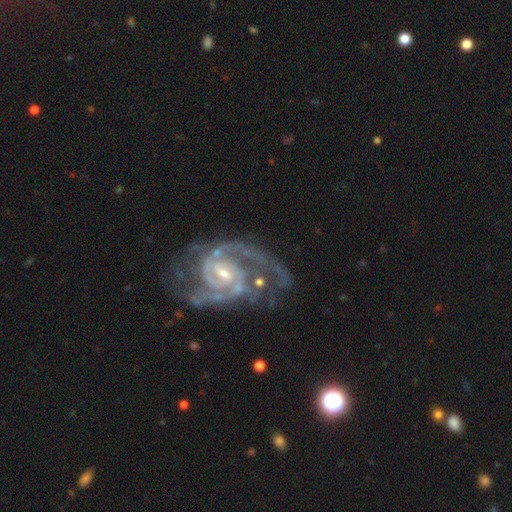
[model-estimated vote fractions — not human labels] A featured or disk galaxy (91%) with a weak bar (45%), 2 (67%) medium (53%) spiral arms (98%) and a small central bulge (68%).

Vote fractions:
- Smooth or featured? featured or disk: 91% / star or artifact: 6% / smooth: 3%
- Edge-on disk? no: 98% / yes: 2%
- Bar? weak: 45% / no: 37% / strong: 18%
- Spiral arms? yes: 98% / no: 2%
- Spiral winding? medium: 53% / tight: 34% / loose: 12%
- Spiral arm count? 2: 67% / 3: 12% / can't tell: 9% / 4: 4% / 1: 4% / more than 4: 4%
- Bulge size? small: 68% / moderate: 27% / none: 2% / large: 1% / dominant: 1%
- Merging? none: 64% / minor disturbance: 18% / major disturbance: 15% / merger: 3%